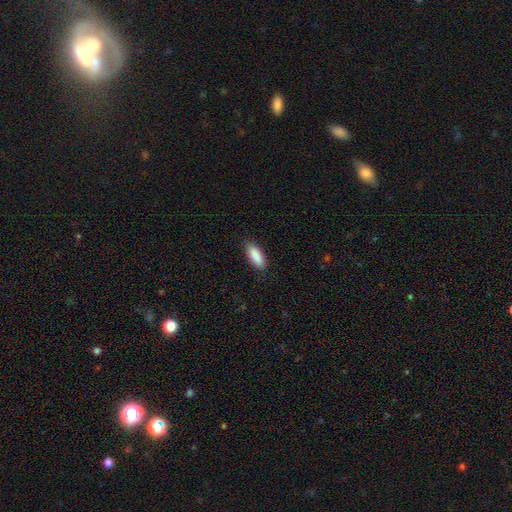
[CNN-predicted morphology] Q: Smooth or featured?
A: smooth (90%); runner-up: star or artifact (6%)
Q: How rounded?
A: in between (75%); runner-up: cigar-shaped (23%)
Q: Merging?
A: none (88%); runner-up: minor disturbance (9%)